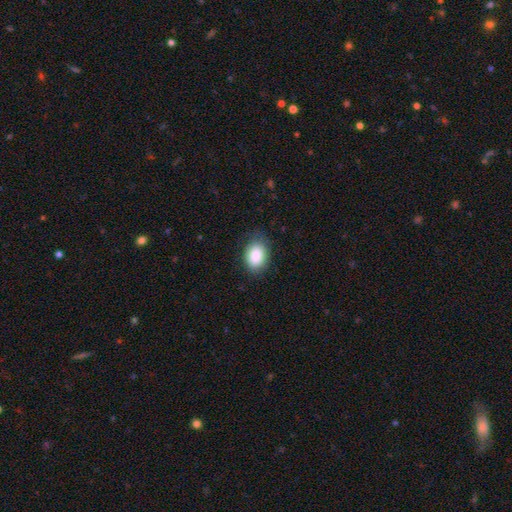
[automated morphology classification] Overall: smooth (88%). How rounded: in between (83%). Merging: none (77%).